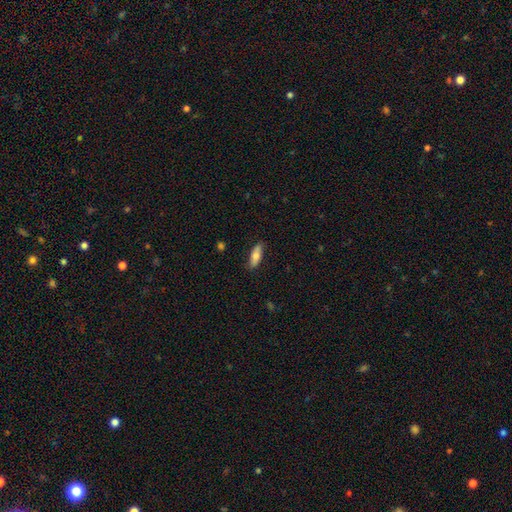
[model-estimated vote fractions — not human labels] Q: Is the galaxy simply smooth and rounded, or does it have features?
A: smooth — 72%.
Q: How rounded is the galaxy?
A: in between — 62%.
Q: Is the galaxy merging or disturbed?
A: none — 85%.